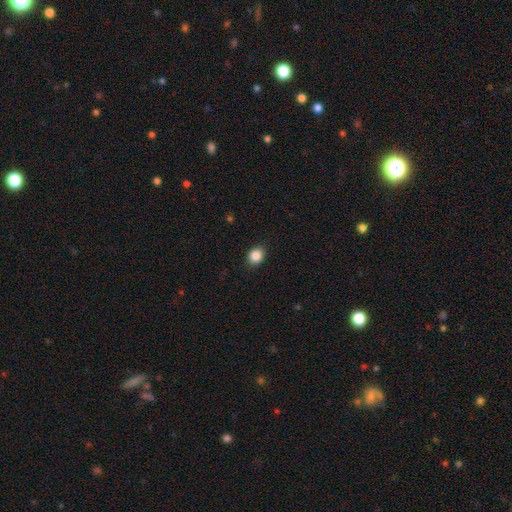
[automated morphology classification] This is clearly a smooth galaxy (87%). How rounded: possibly round (59%). Merging: clearly none (87%).